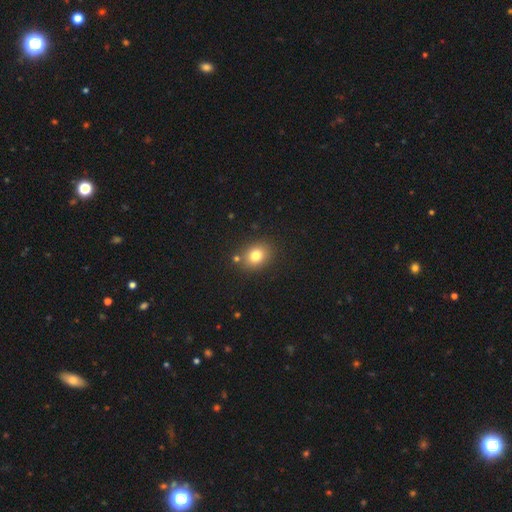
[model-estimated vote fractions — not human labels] Smooth or featured? Predicted: smooth (p=0.79). How rounded? Predicted: round (p=0.52). Merging? Predicted: none (p=0.81).